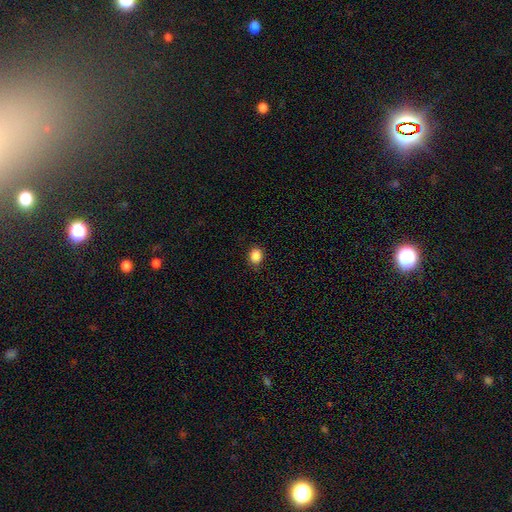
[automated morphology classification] A smooth galaxy with no disk features (88%) that is in between round and cigar-shaped (51%).

Vote fractions:
- Smooth or featured? smooth: 88% / star or artifact: 9% / featured or disk: 3%
- How rounded? in between: 51% / round: 48% / cigar-shaped: 1%
- Merging? none: 87% / minor disturbance: 10% / major disturbance: 2% / merger: 1%